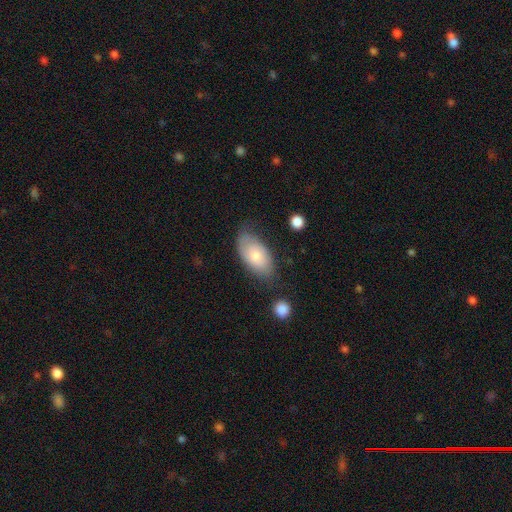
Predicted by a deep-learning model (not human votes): smooth_or_featured: smooth (p=0.64) [alt: featured or disk p=0.30]
how_rounded: in between (p=0.93) [alt: round p=0.04]
merging: none (p=0.64) [alt: minor disturbance p=0.26]